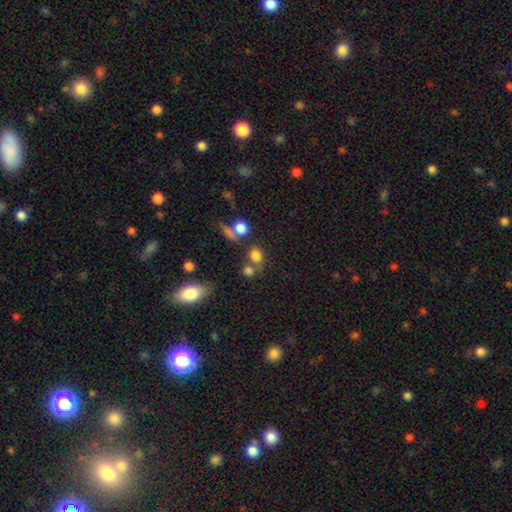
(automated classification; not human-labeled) The model was most divided on "merging": none: 52%, merger: 30%, minor disturbance: 12%, major disturbance: 7%. More confident: smooth or featured — smooth (78%); how rounded — round (67%).